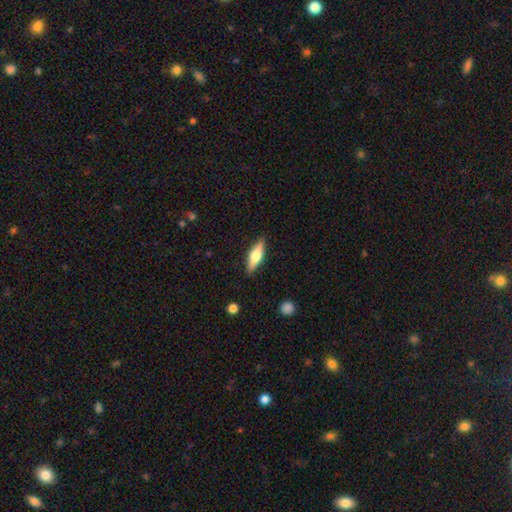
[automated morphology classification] Smooth or featured?
  - smooth: 49% *
  - featured or disk: 45%
  - star or artifact: 6%
Merging?
  - none: 87% *
  - minor disturbance: 10%
  - major disturbance: 2%
  - merger: 1%